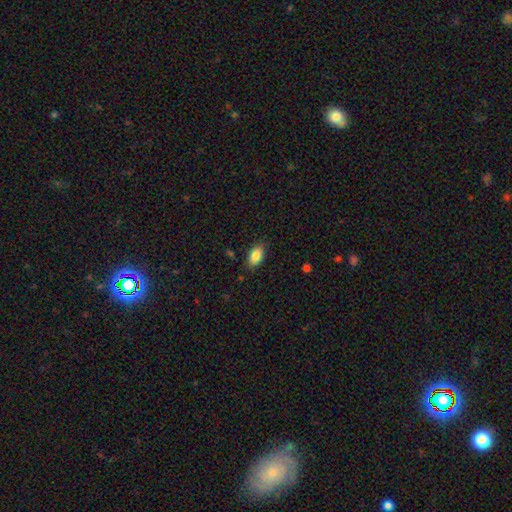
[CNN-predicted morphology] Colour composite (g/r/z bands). It shows a smooth galaxy with no disk features (87%) that is in between round and cigar-shaped (92%). Merging: none (85%).